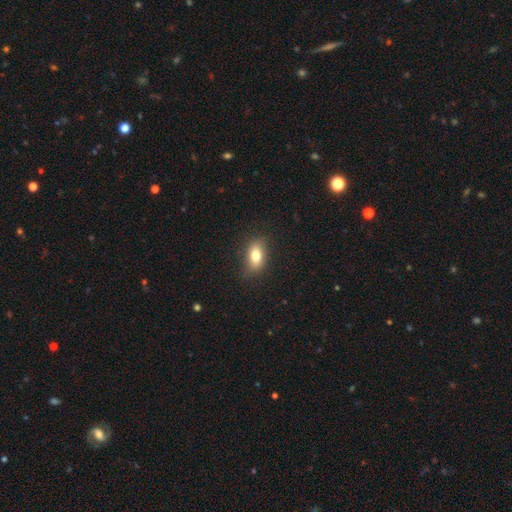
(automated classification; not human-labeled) This appears to be a smooth galaxy with no disk features (78%) that is in between round and cigar-shaped (84%). Merging: none (82%).